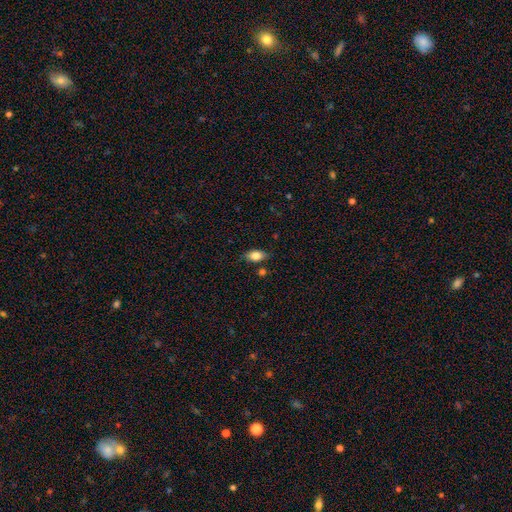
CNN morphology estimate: smooth 82%, featured or disk 11%, star or artifact 8%. Down the decision tree: how rounded — in between (89%); merging — none (79%).